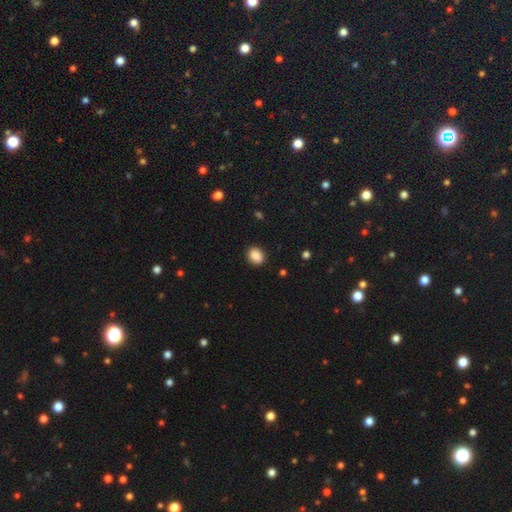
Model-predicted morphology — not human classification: smooth 88%, star or artifact 8%, featured or disk 3%. Down the decision tree: how rounded — in between (51%); merging — none (89%).